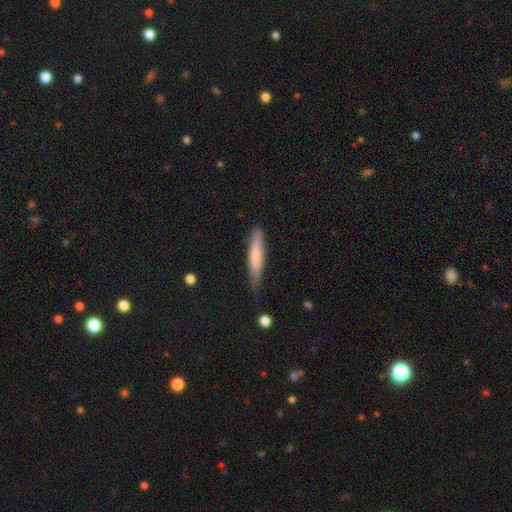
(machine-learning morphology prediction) smooth-or-featured: smooth: 63% | featured or disk: 32% | star or artifact: 6%
  how-rounded: cigar-shaped: 91% | in between: 8% | round: 1%
  merging: none: 66% | minor disturbance: 27% | major disturbance: 5% | merger: 2%